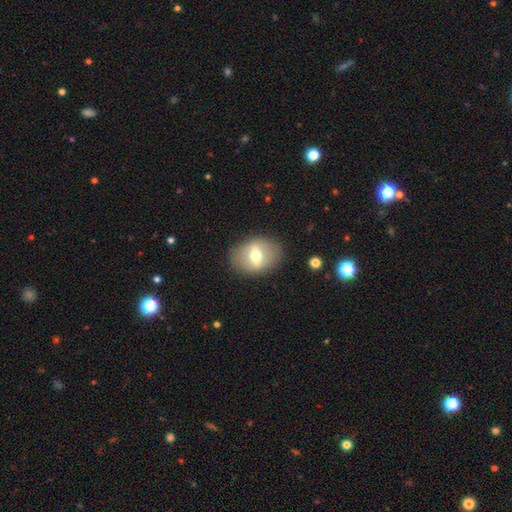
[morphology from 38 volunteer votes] Smooth or featured?
  - smooth: 61% *
  - featured or disk: 37%
  - star or artifact: 3%
How rounded?
  - in between: 78% *
  - round: 22%
  - cigar-shaped: 0%
Merging?
  - none: 89% *
  - minor disturbance: 8%
  - major disturbance: 3%
  - merger: 0%